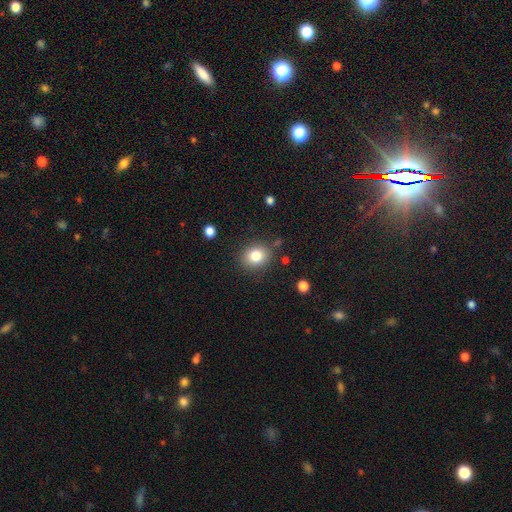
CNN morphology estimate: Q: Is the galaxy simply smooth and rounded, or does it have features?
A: smooth — 82%.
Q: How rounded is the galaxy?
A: round — 63%.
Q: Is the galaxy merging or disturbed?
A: none — 83%.